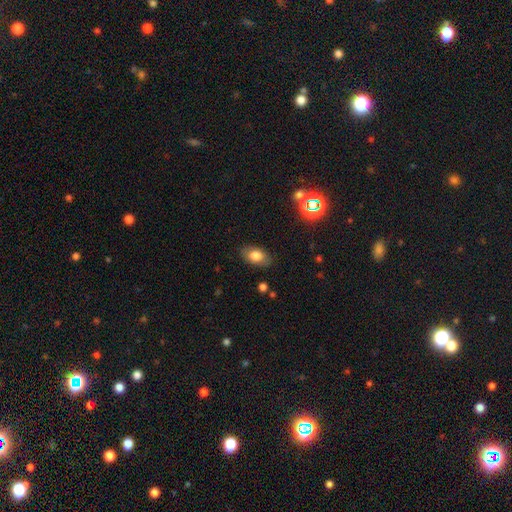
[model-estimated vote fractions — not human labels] A smooth galaxy with no disk features (78%) that is in between round and cigar-shaped (89%).

Vote fractions:
- Smooth or featured? smooth: 78% / featured or disk: 13% / star or artifact: 9%
- How rounded? in between: 89% / round: 9% / cigar-shaped: 2%
- Merging? none: 84% / minor disturbance: 12% / major disturbance: 3% / merger: 1%